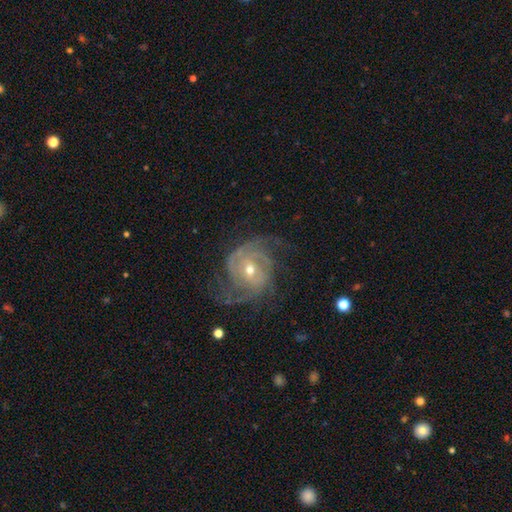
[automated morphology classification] The model was most divided on "spiral arm count": 3: 30%, 2: 29%, can't tell: 18%, 4: 12%, 1: 6%, more than 4: 6%. Remaining: edge-on disk — no (97%); spiral arms — yes (97%); smooth or featured — featured or disk (89%); merging — none (68%); bar — no (53%); bulge size — moderate (50%); spiral winding — tight (48%).